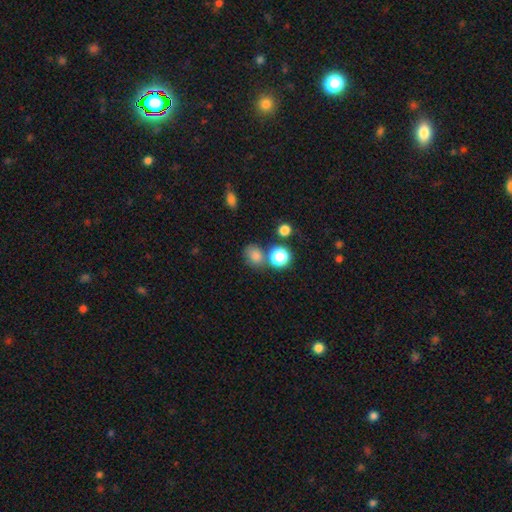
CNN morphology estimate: A smooth galaxy with no disk features (78%) that is round (61%).

Vote fractions:
- Smooth or featured? smooth: 78% / star or artifact: 16% / featured or disk: 6%
- How rounded? round: 61% / in between: 38% / cigar-shaped: 1%
- Merging? none: 62% / merger: 19% / minor disturbance: 14% / major disturbance: 5%